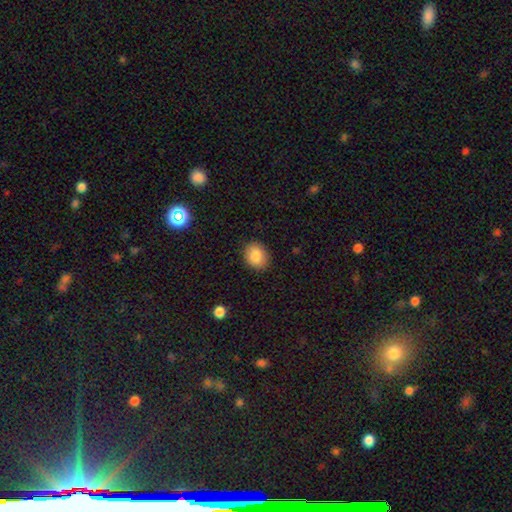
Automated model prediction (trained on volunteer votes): This is clearly a smooth galaxy (86%). How rounded: possibly round (58%). Merging: clearly none (88%).